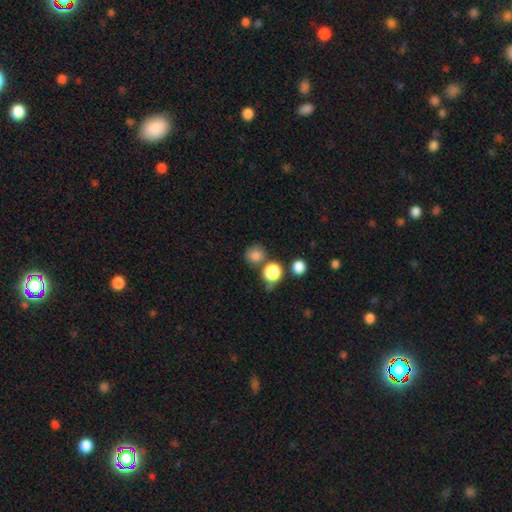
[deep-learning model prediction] Smooth or featured? Predicted: smooth (p=0.80). How rounded? Predicted: round (p=0.79). Merging? Predicted: none (p=0.67).